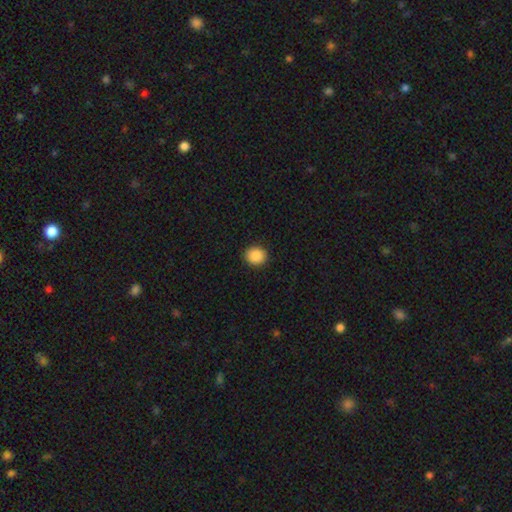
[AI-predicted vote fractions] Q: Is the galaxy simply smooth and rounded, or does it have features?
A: smooth — 88%.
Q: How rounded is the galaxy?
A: round — 86%.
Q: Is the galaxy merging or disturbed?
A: none — 92%.